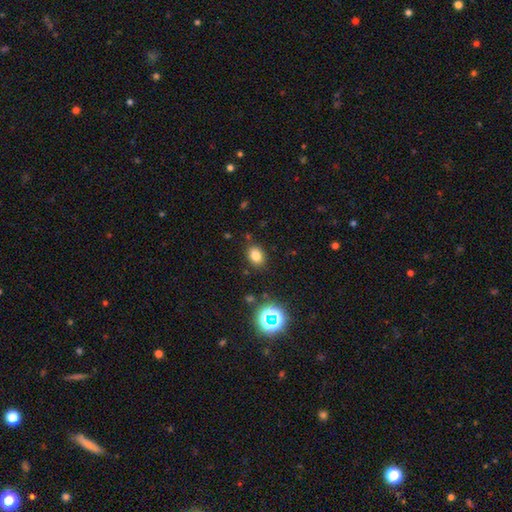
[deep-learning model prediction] smooth_or_featured: smooth (p=0.77) [alt: star or artifact p=0.15]
how_rounded: in between (p=0.68) [alt: round p=0.31]
merging: none (p=0.85) [alt: minor disturbance p=0.10]